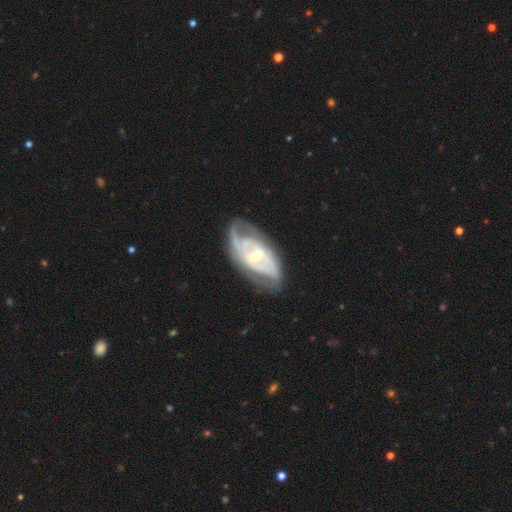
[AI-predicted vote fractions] smooth_or_featured: featured or disk (p=0.81) [alt: smooth p=0.13]
disk_edge_on: no (p=0.94) [alt: yes p=0.06]
bar: weak (p=0.49) [alt: no p=0.30]
has_spiral_arms: yes (p=0.86) [alt: no p=0.14]
spiral_winding: medium (p=0.43) [alt: tight p=0.38]
spiral_arm_count: 2 (p=0.52) [alt: can't tell p=0.29]
bulge_size: small (p=0.48) [alt: moderate p=0.40]
merging: none (p=0.60) [alt: minor disturbance p=0.23]